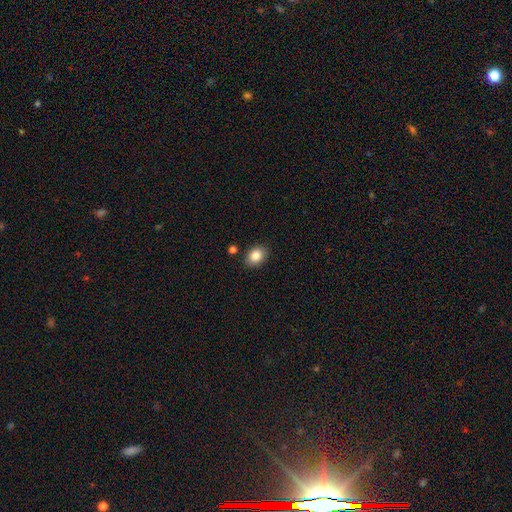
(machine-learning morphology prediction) A smooth galaxy with no disk features (86%) that is in between round and cigar-shaped (65%).

Vote fractions:
- Smooth or featured? smooth: 86% / star or artifact: 9% / featured or disk: 6%
- How rounded? in between: 65% / round: 34% / cigar-shaped: 1%
- Merging? none: 85% / minor disturbance: 10% / merger: 3% / major disturbance: 2%